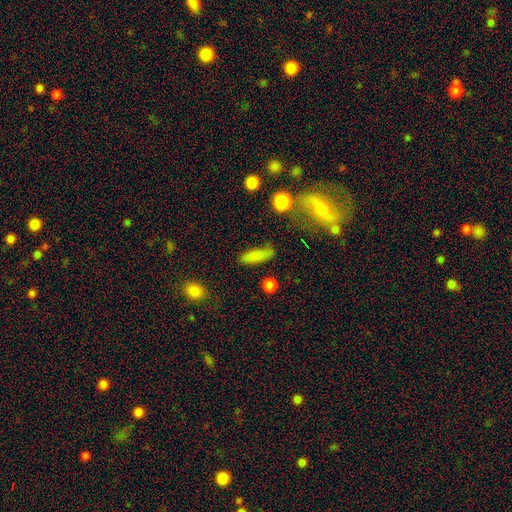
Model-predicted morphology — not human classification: type=smooth (82%); roundness=cigar-shaped (51%); merging=none (73%).